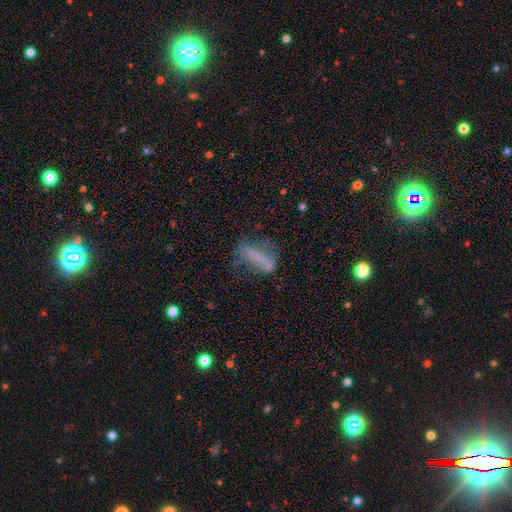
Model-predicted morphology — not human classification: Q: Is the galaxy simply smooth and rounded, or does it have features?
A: smooth — 54%.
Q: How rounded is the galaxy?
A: cigar-shaped — 52%.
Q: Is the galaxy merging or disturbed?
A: none — 43%.